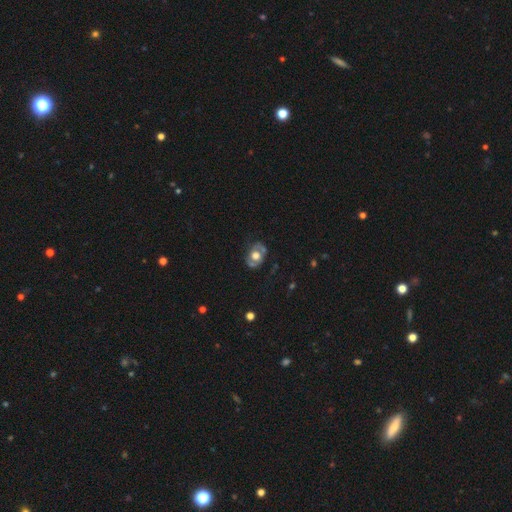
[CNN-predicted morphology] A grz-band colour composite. It shows a featured or disk galaxy (60%) with no bar (80%), no spiral arms (53%) and a large central bulge (51%). Merging: none (74%).